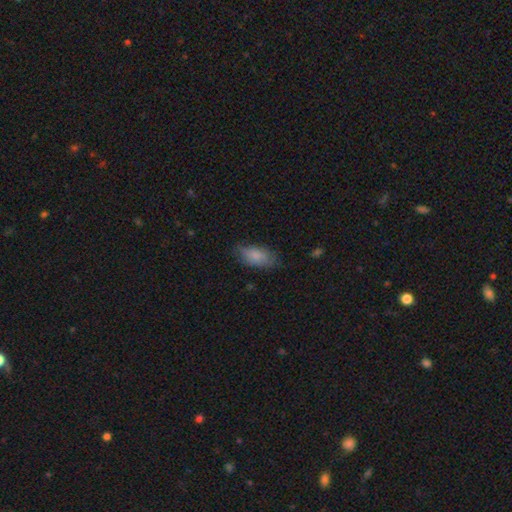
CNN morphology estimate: Smooth or featured: smooth — 78% (featured or disk — 16%)
How rounded: in between — 90% (cigar-shaped — 7%)
Merging: none — 66% (minor disturbance — 26%)